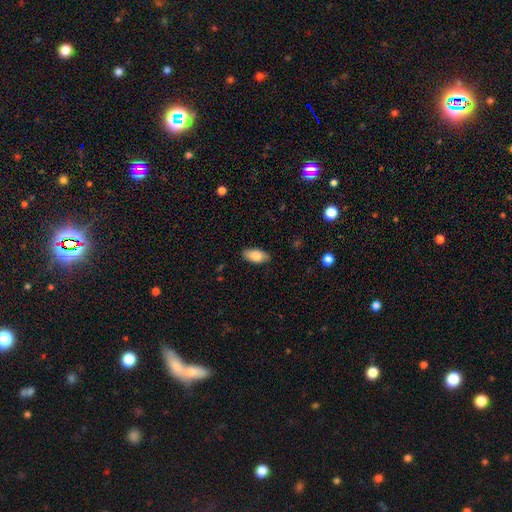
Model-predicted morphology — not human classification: A smooth galaxy with no disk features (83%) that is in between round and cigar-shaped (92%).

Vote fractions:
- Smooth or featured? smooth: 83% / featured or disk: 11% / star or artifact: 7%
- How rounded? in between: 92% / cigar-shaped: 5% / round: 3%
- Merging? none: 87% / minor disturbance: 10% / major disturbance: 2% / merger: 1%